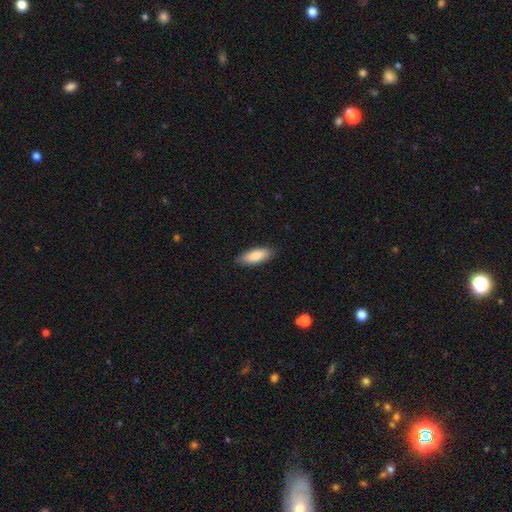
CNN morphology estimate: The model was most divided on "how rounded": in between: 73%, cigar-shaped: 25%, round: 2%. More confident: merging — none (87%); smooth or featured — smooth (84%).